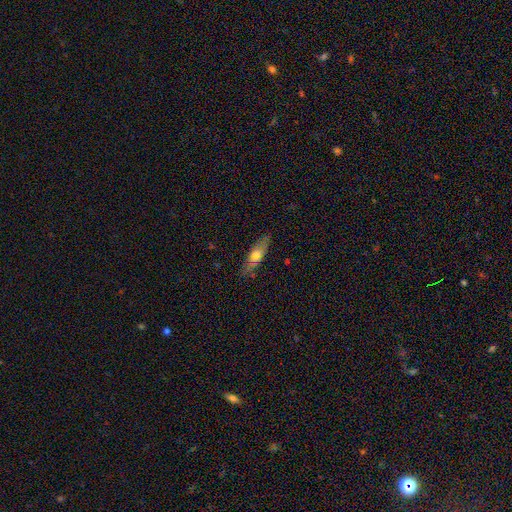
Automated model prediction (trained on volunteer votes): This is possibly a smooth galaxy (57%). How rounded: possibly in between (51%). Merging: clearly none (84%).